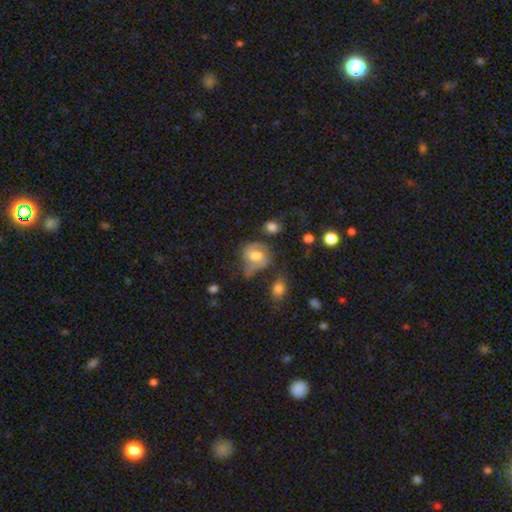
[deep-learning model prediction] The model was most divided on "smooth or featured": featured or disk: 46%, smooth: 45%, star or artifact: 9%. Remaining: merging — none (39%).